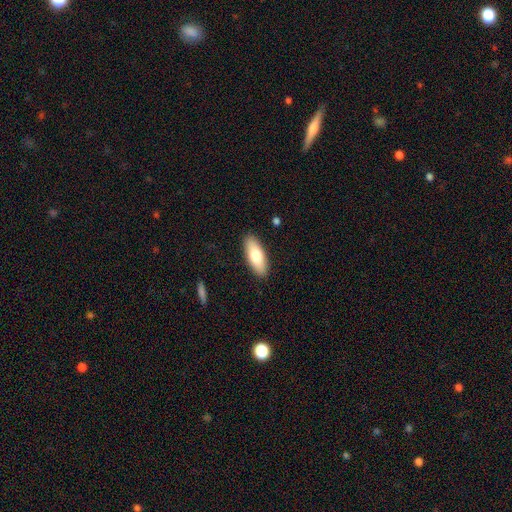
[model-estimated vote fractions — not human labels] smooth 73%, featured or disk 21%, star or artifact 6%. Down the decision tree: how rounded — in between (76%); merging — none (89%).